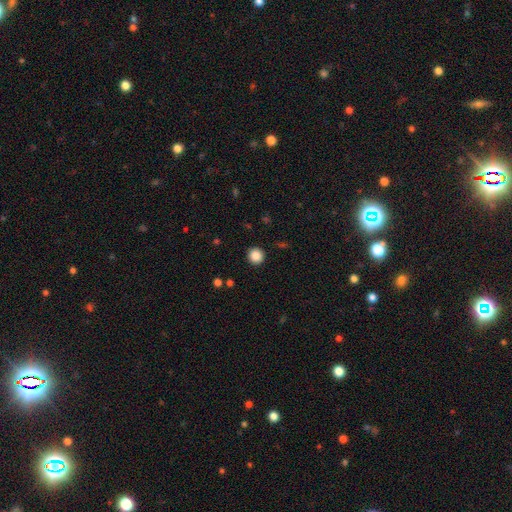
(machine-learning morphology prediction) Smooth or featured? smooth (87%)
How rounded? round (95%)
Merging? none (92%)